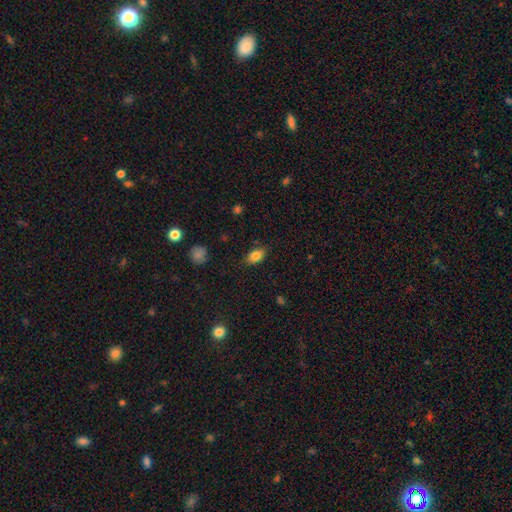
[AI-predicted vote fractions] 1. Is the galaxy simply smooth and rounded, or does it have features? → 82% smooth, 9% featured or disk, 9% star or artifact.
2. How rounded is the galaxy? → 86% in between, 10% round, 4% cigar-shaped.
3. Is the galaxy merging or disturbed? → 84% none, 12% minor disturbance, 3% major disturbance, 1% merger.